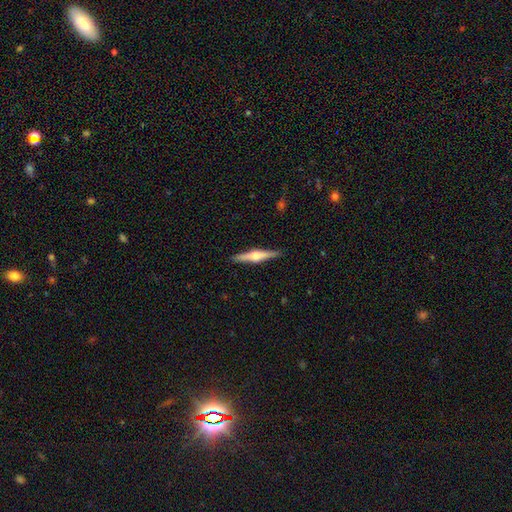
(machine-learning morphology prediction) Smooth or featured? Predicted: featured or disk (p=0.67). Edge-on disk? Predicted: yes (p=0.98). Edge-on bulge? Predicted: rounded (p=0.88). Merging? Predicted: none (p=0.90).